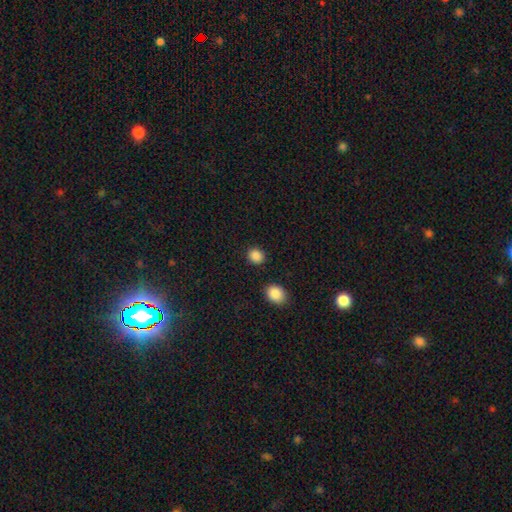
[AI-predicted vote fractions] Smooth or featured? Predicted: smooth (p=0.88). How rounded? Predicted: round (p=0.79). Merging? Predicted: none (p=0.88).